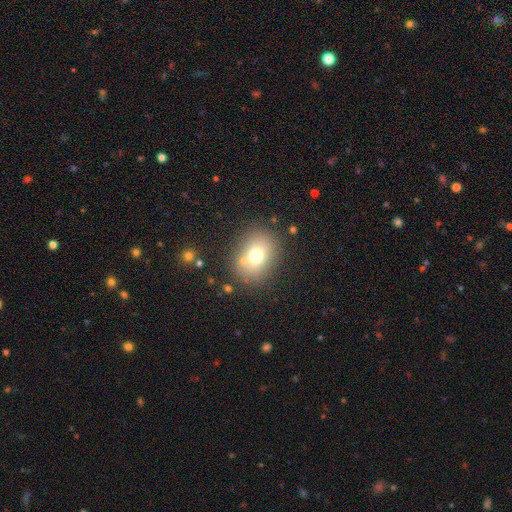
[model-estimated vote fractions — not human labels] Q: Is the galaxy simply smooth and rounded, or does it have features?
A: smooth — 70%.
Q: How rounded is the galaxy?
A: round — 52%.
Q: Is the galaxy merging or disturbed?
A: none — 77%.